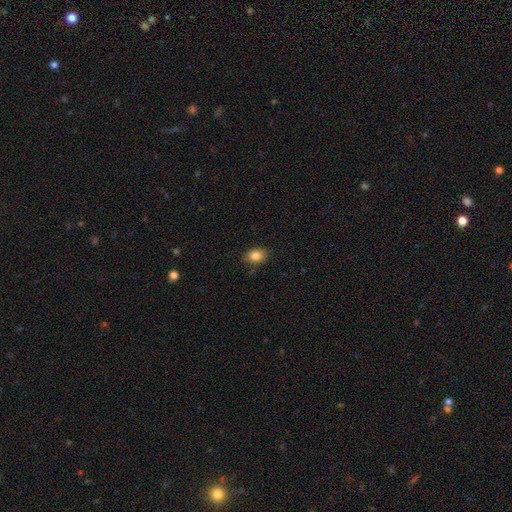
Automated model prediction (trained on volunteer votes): This is clearly a smooth galaxy (84%). How rounded: likely in between (65%). Merging: clearly none (84%).